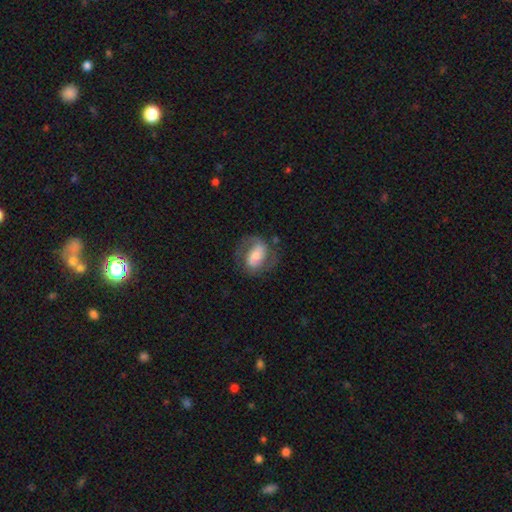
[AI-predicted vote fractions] Smooth or featured: featured or disk — 60% (smooth — 34%)
Edge-on disk: no — 95% (yes — 5%)
Bar: strong — 38% (weak — 33%)
Spiral arms: yes — 77% (no — 23%)
Bulge size: moderate — 48% (small — 31%)
Merging: none — 64% (minor disturbance — 19%)